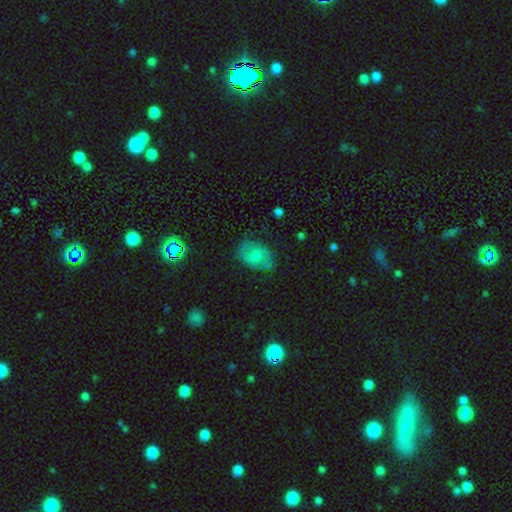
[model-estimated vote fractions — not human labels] A smooth galaxy with no disk features (54%) that is in between round and cigar-shaped (80%). Merging: none (75%).